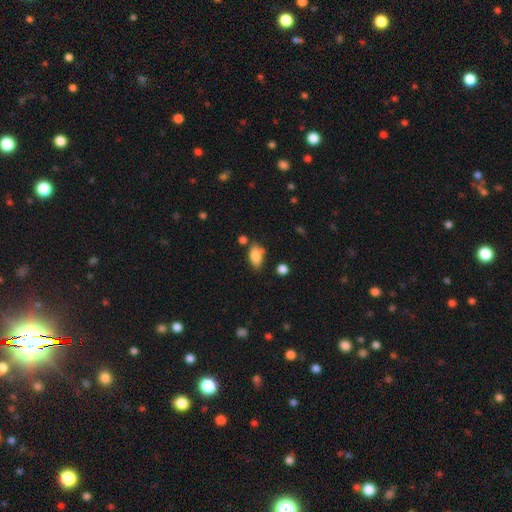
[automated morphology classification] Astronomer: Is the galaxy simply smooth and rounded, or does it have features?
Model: smooth — 83%.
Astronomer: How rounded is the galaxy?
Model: in between — 91%.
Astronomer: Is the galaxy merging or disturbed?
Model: none — 63%.